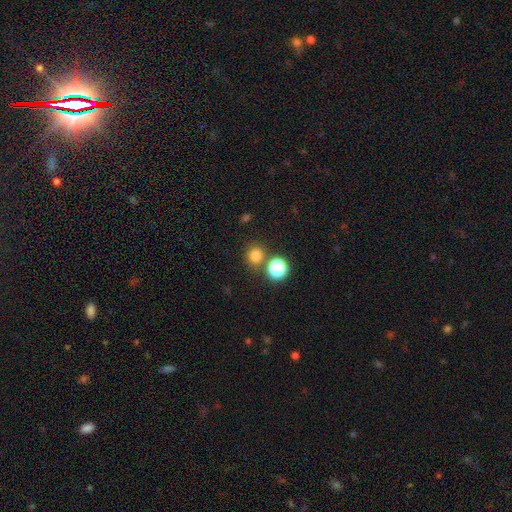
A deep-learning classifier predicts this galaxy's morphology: Smooth or featured? Predicted: smooth (p=0.77). How rounded? Predicted: round (p=0.89). Merging? Predicted: none (p=0.76).